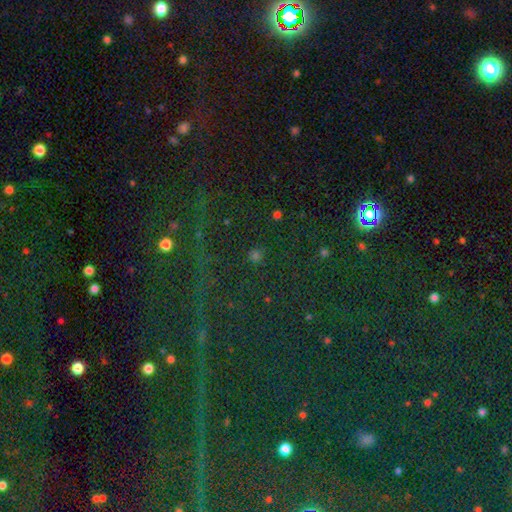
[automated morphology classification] Overall: smooth (47%; star or artifact 46%). Merging: none (83%).